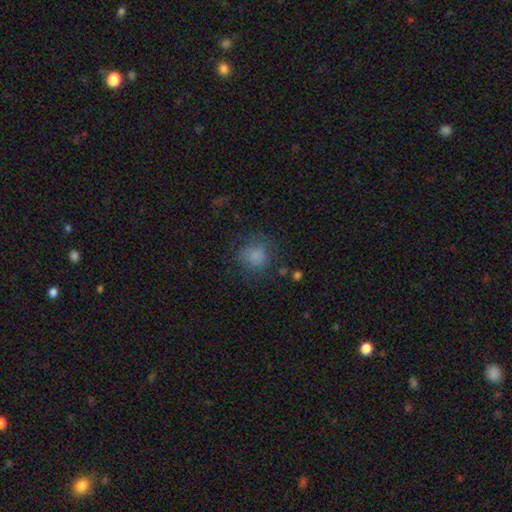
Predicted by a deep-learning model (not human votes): smooth 78%, star or artifact 12%, featured or disk 11%. Down the decision tree: how rounded — round (82%); merging — none (65%).